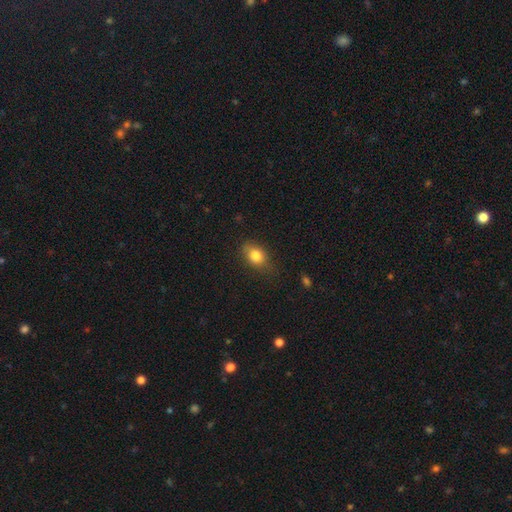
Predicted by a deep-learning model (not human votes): Smooth or featured? smooth (82%)
How rounded? in between (71%)
Merging? none (74%)